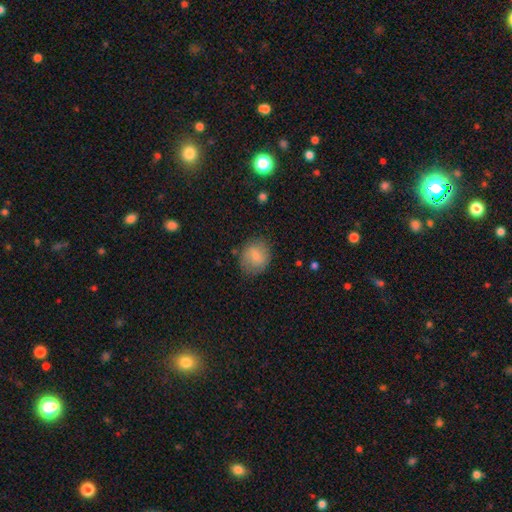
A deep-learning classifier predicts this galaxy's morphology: type=smooth (76%); roundness=round (66%); merging=none (77%).